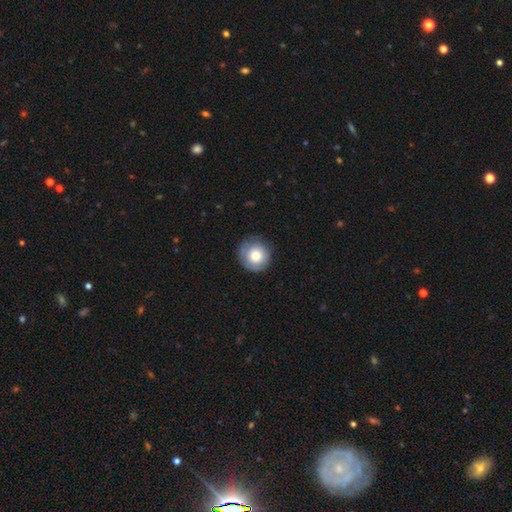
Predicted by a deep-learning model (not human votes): Smooth or featured? smooth (73%)
How rounded? round (94%)
Merging? none (77%)